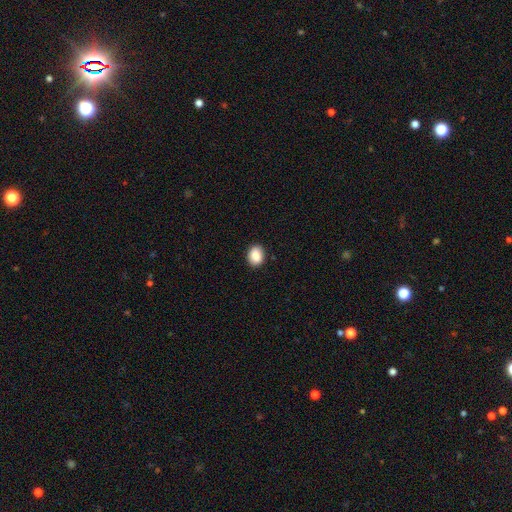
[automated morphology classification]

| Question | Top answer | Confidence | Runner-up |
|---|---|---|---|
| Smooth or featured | smooth | 88% | star or artifact (8%) |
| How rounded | in between | 58% | round (41%) |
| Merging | none | 89% | minor disturbance (8%) |